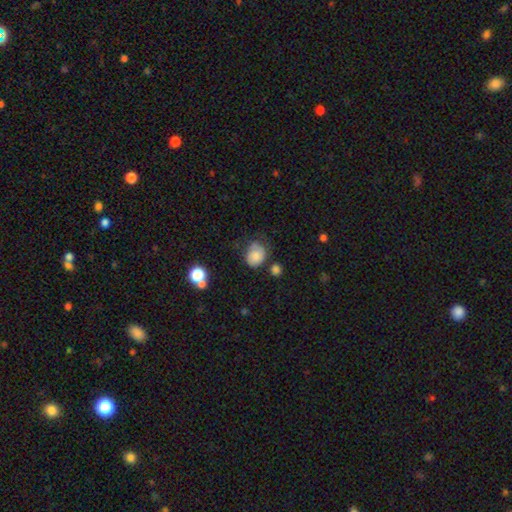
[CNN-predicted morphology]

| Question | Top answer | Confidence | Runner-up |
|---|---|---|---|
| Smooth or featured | smooth | 77% | featured or disk (14%) |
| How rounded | round | 59% | in between (40%) |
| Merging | none | 50% | minor disturbance (32%) |